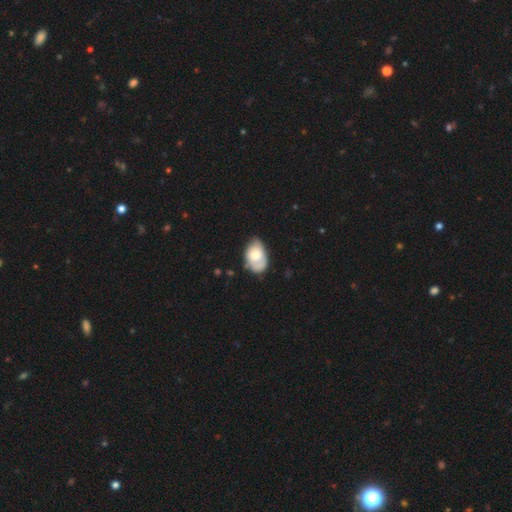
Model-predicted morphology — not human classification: smooth 61%, featured or disk 32%, star or artifact 6%. Down the decision tree: how rounded — in between (88%); merging — none (42%).